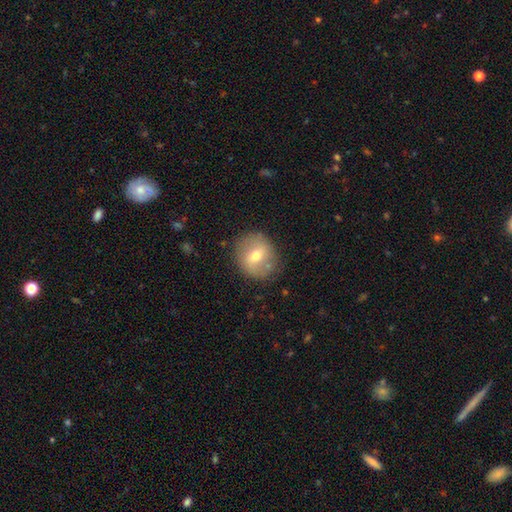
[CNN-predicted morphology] The model was most divided on "smooth or featured": smooth: 59%, featured or disk: 32%, star or artifact: 9%. More confident: merging — none (83%); how rounded — round (82%).